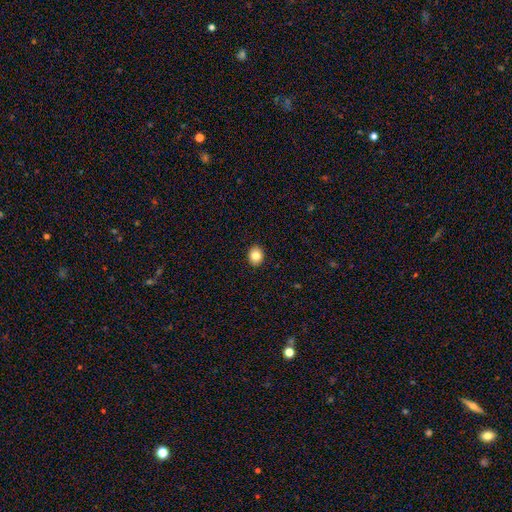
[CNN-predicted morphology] smooth 83%, star or artifact 9%, featured or disk 8%. Down the decision tree: how rounded — round (59%); merging — none (92%).